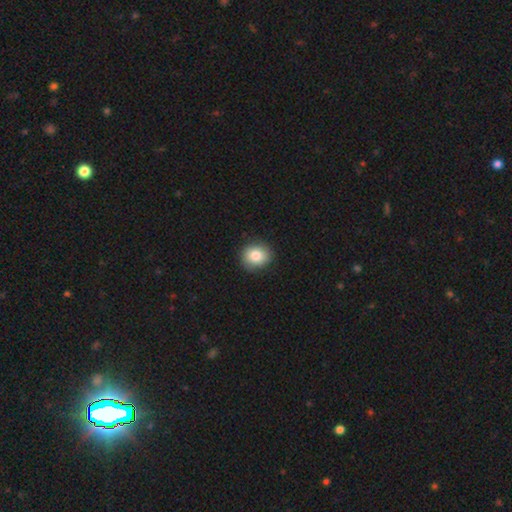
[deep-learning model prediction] Overall: smooth (82%). How rounded: round (77%). Merging: none (87%).